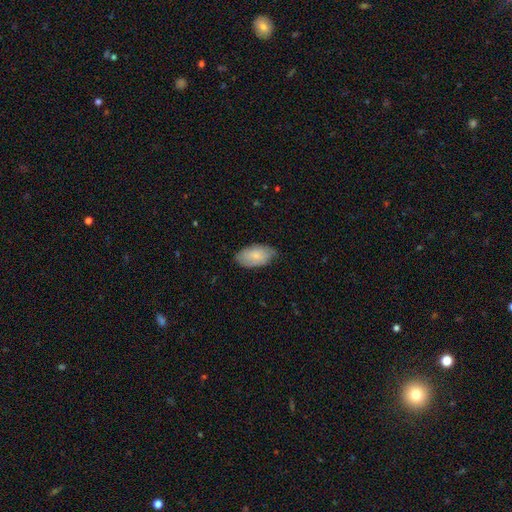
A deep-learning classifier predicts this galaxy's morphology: Smooth or featured: smooth — 71% (featured or disk — 24%)
How rounded: in between — 94% (round — 4%)
Merging: none — 71% (minor disturbance — 24%)